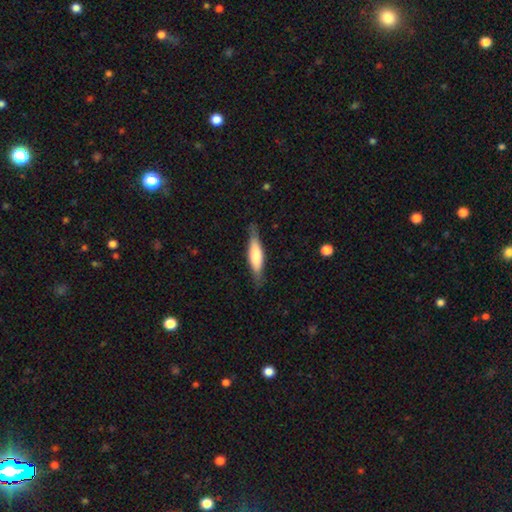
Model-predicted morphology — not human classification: Smooth or featured: smooth — 62% (featured or disk — 33%)
How rounded: cigar-shaped — 69% (in between — 30%)
Merging: none — 80% (minor disturbance — 15%)